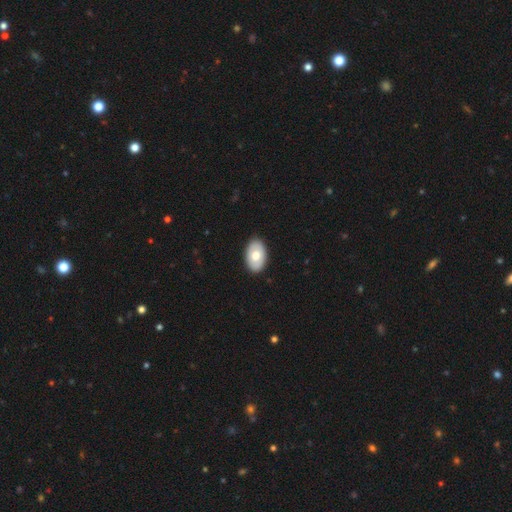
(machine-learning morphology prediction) This is likely a smooth galaxy (68%). How rounded: clearly in between (91%). Merging: clearly none (90%).